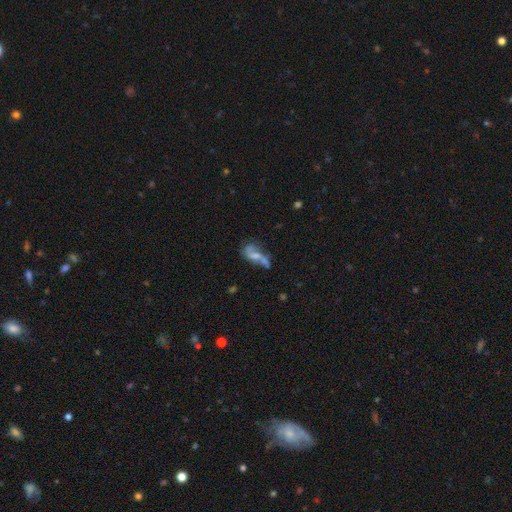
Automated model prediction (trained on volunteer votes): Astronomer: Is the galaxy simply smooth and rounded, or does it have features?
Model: featured or disk — 52% (runner-up: smooth, 34%).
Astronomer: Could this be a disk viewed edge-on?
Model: no — 93%.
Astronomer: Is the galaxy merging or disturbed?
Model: merger — 32% (runner-up: none, 26%).